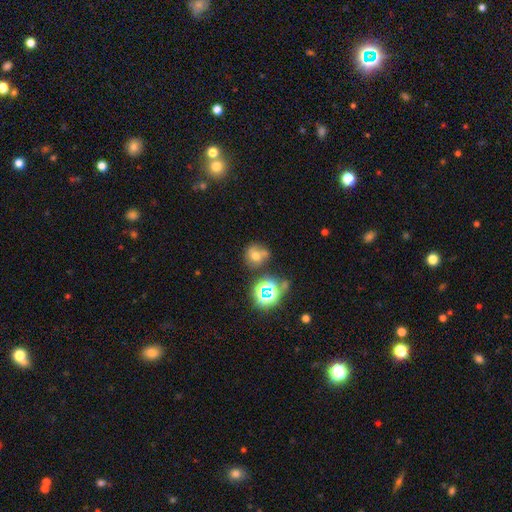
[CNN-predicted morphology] The model was most divided on "merging": none: 52%, merger: 27%, minor disturbance: 15%, major disturbance: 6%. More confident: how rounded — round (79%); smooth or featured — smooth (57%).